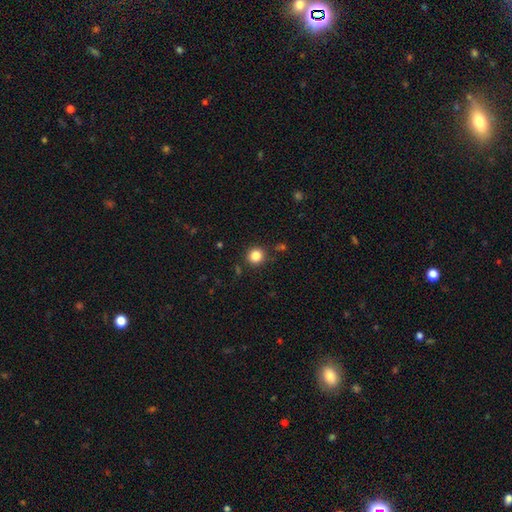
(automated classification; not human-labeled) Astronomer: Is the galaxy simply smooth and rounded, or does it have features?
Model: smooth — 84%.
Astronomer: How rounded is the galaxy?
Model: round — 92%.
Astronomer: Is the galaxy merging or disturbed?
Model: none — 88%.